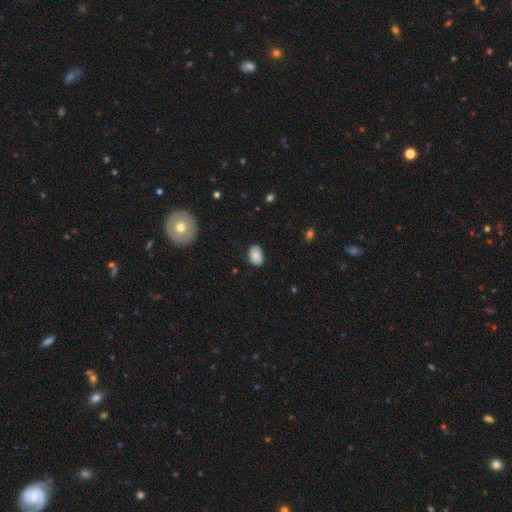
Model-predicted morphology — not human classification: The model was most divided on "how rounded": in between: 80%, round: 19%, cigar-shaped: 1%. More confident: smooth or featured — smooth (85%); merging — none (81%).